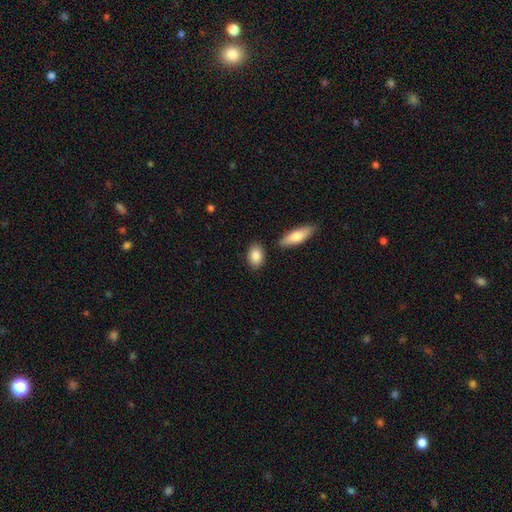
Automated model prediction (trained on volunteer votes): Smooth or featured?
  - smooth: 86% *
  - featured or disk: 8%
  - star or artifact: 6%
How rounded?
  - in between: 85% *
  - round: 12%
  - cigar-shaped: 3%
Merging?
  - none: 81% *
  - minor disturbance: 11%
  - merger: 5%
  - major disturbance: 2%